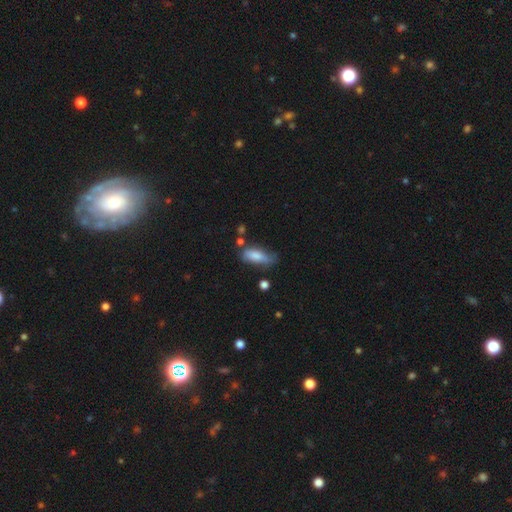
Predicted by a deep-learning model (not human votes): Smooth or featured? smooth (76%)
How rounded? in between (71%)
Merging? none (47%)